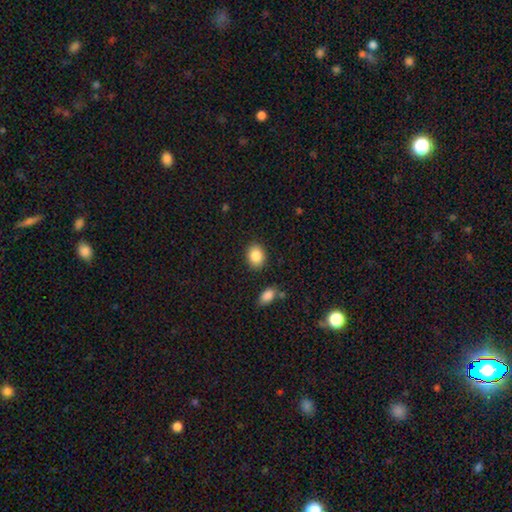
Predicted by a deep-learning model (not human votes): This is clearly a smooth galaxy (87%). How rounded: possibly in between (59%). Merging: clearly none (86%).